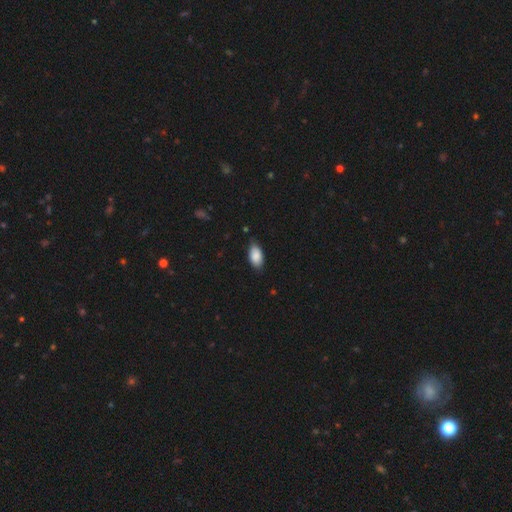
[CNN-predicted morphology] Q: Smooth or featured?
A: smooth (87%); runner-up: featured or disk (7%)
Q: How rounded?
A: in between (93%); runner-up: round (4%)
Q: Merging?
A: none (75%); runner-up: minor disturbance (20%)